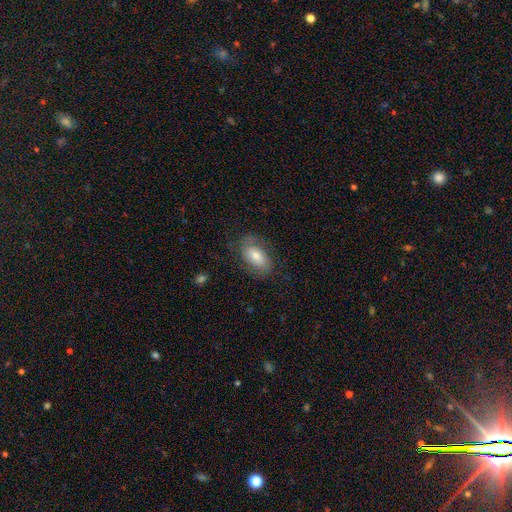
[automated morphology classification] This appears to be a smooth galaxy with no disk features (62%) that is in between round and cigar-shaped (91%). Merging: none (72%).